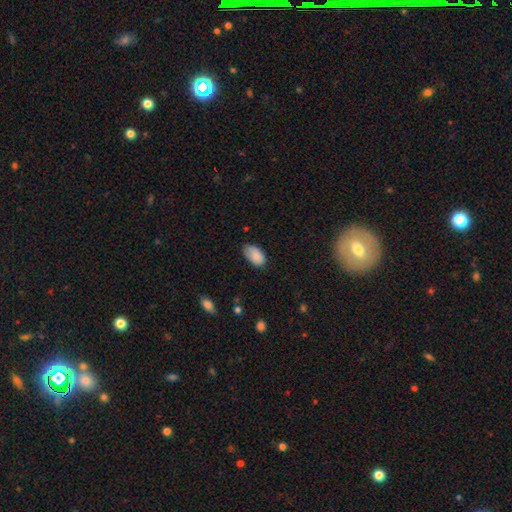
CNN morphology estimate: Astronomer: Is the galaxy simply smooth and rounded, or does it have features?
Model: smooth — 85%.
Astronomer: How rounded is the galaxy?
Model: in between — 94%.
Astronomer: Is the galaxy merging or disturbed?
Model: none — 65%.